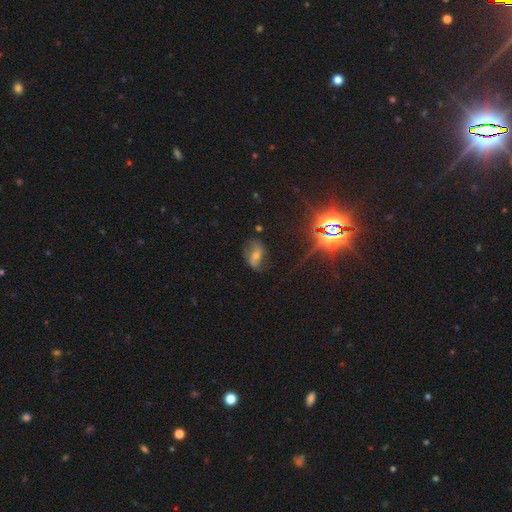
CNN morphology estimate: Smooth or featured: featured or disk — 47% (smooth — 31%)
Merging: none — 60% (minor disturbance — 24%)